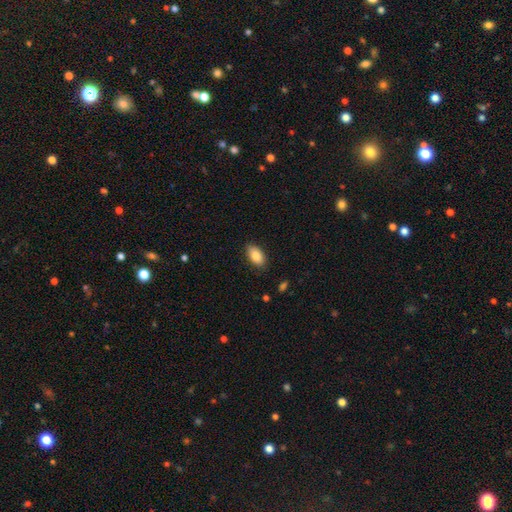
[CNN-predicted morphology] smooth 86%, featured or disk 7%, star or artifact 7%. Down the decision tree: how rounded — in between (93%); merging — none (87%).